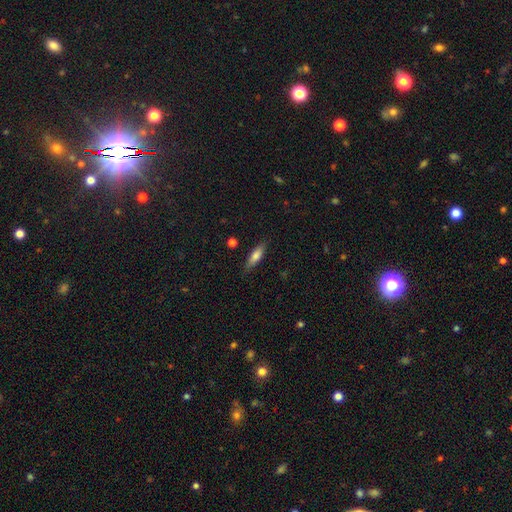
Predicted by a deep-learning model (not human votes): Smooth or featured? Predicted: smooth (p=0.72). How rounded? Predicted: cigar-shaped (p=0.53). Merging? Predicted: none (p=0.83).